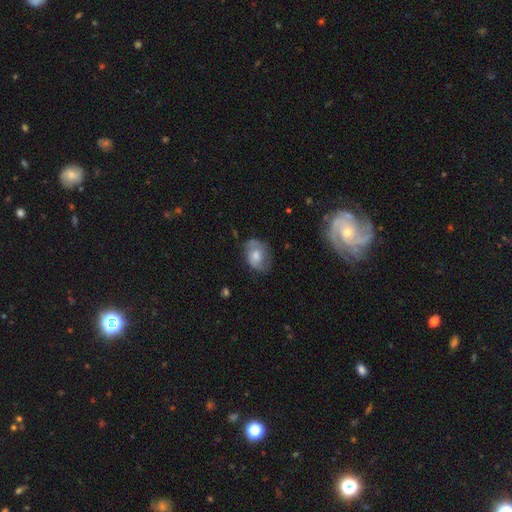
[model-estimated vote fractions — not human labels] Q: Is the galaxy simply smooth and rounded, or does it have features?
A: smooth — 48%.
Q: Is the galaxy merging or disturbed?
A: none — 61%.